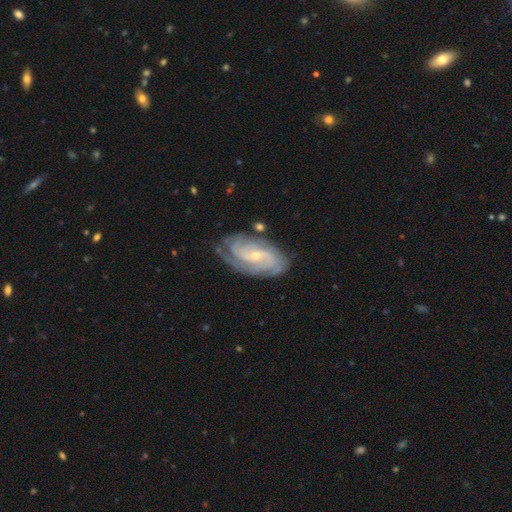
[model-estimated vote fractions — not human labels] Smooth or featured?
  - featured or disk: 86% *
  - smooth: 8%
  - star or artifact: 6%
Edge-on disk?
  - no: 96% *
  - yes: 4%
Bar?
  - no: 46% *
  - weak: 42%
  - strong: 12%
Spiral arms?
  - yes: 97% *
  - no: 3%
Spiral winding?
  - tight: 61% *
  - medium: 32%
  - loose: 7%
Spiral arm count?
  - 2: 26% *
  - 3: 24%
  - can't tell: 23%
  - 4: 16%
  - more than 4: 6%
  - 1: 5%
Bulge size?
  - small: 72% *
  - moderate: 25%
  - none: 2%
  - large: 1%
  - dominant: 1%
Merging?
  - none: 74% *
  - minor disturbance: 18%
  - major disturbance: 5%
  - merger: 3%